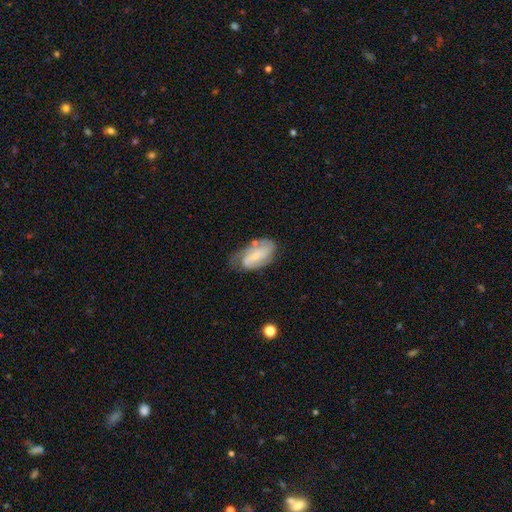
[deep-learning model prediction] A featured or disk galaxy (68%) with a weak bar (42%), 2 (57%) medium (42%) spiral arms (90%) and a small central bulge (65%).

Vote fractions:
- Smooth or featured? featured or disk: 68% / smooth: 26% / star or artifact: 7%
- Edge-on disk? no: 96% / yes: 4%
- Bar? weak: 42% / no: 40% / strong: 18%
- Spiral arms? yes: 90% / no: 10%
- Spiral winding? medium: 42% / tight: 35% / loose: 23%
- Spiral arm count? 2: 57% / can't tell: 20% / 3: 10% / 1: 8% / 4: 2% / more than 4: 2%
- Bulge size? small: 65% / moderate: 20% / none: 12% / large: 2% / dominant: 1%
- Merging? none: 54% / minor disturbance: 28% / major disturbance: 13% / merger: 4%